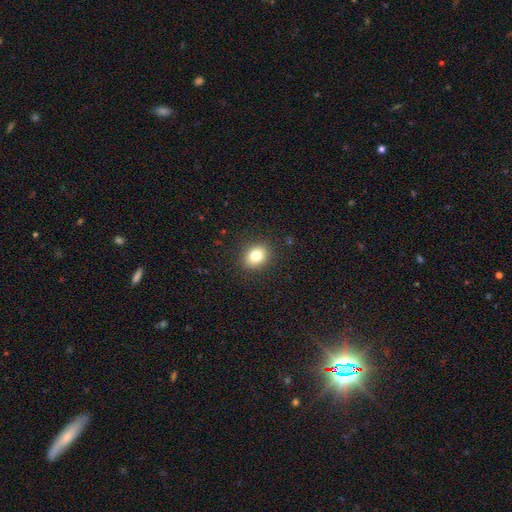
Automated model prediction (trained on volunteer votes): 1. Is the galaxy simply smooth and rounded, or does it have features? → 80% smooth, 11% star or artifact, 9% featured or disk.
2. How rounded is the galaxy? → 56% round, 43% in between, 1% cigar-shaped.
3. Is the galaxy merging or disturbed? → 89% none, 8% minor disturbance, 2% major disturbance, 1% merger.